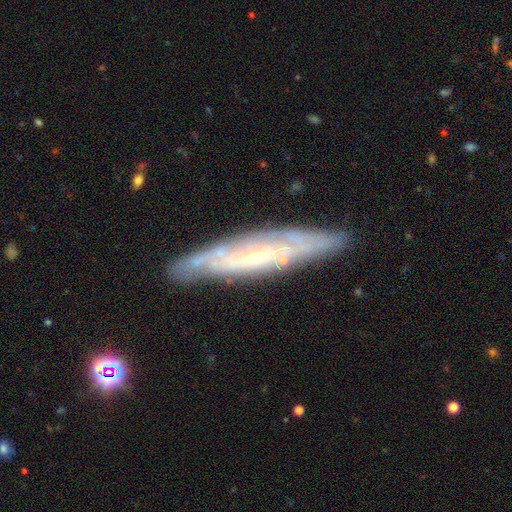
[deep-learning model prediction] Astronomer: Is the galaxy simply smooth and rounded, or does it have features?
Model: featured or disk — 75%.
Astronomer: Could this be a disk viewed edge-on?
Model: no — 50%, tied with yes at 50%.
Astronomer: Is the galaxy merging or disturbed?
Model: none — 79%.